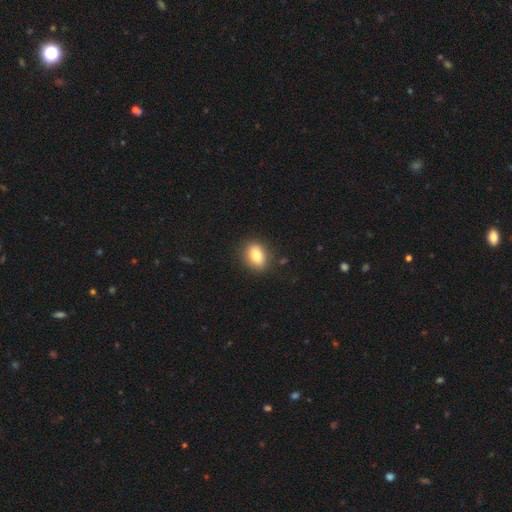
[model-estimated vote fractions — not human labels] smooth-or-featured: smooth: 80% | featured or disk: 11% | star or artifact: 9%
  how-rounded: in between: 69% | round: 29% | cigar-shaped: 2%
  merging: none: 87% | minor disturbance: 9% | major disturbance: 3% | merger: 1%